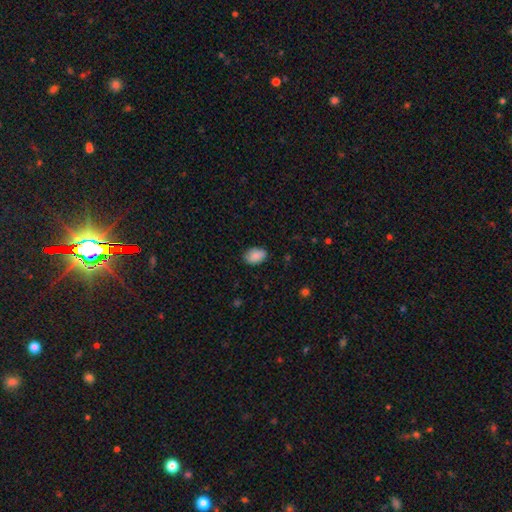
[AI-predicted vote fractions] Q: Smooth or featured?
A: smooth (89%); runner-up: star or artifact (7%)
Q: How rounded?
A: in between (85%); runner-up: round (14%)
Q: Merging?
A: none (81%); runner-up: minor disturbance (15%)